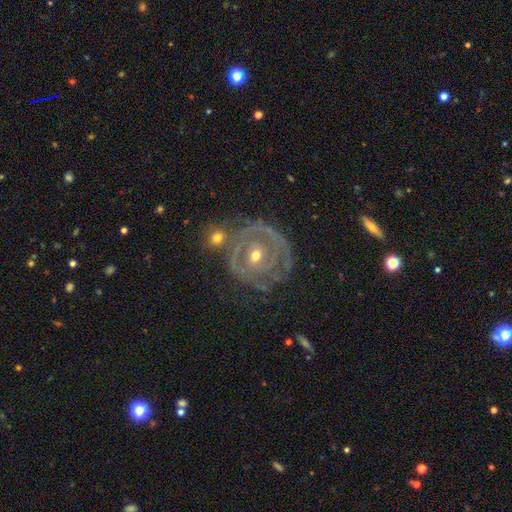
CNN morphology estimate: This is likely a featured or disk galaxy (80%). It is clearly not viewed edge-on (97%). Bar: likely no (67%). Spiral arm pattern: likely yes (75%). Spiral arm count: marginally can't tell (40%). Spiral winding: likely tight (69%). Central bulge: possibly moderate (58%). Merging: possibly none (57%).